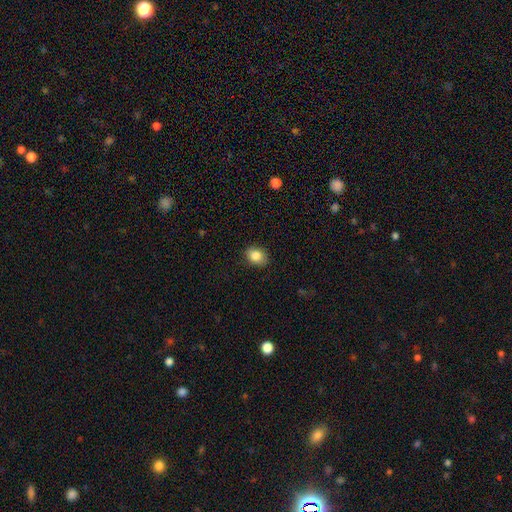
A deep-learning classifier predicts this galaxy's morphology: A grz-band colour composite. It shows a smooth galaxy with no disk features (84%) that is in between round and cigar-shaped (63%). Merging: none (86%).